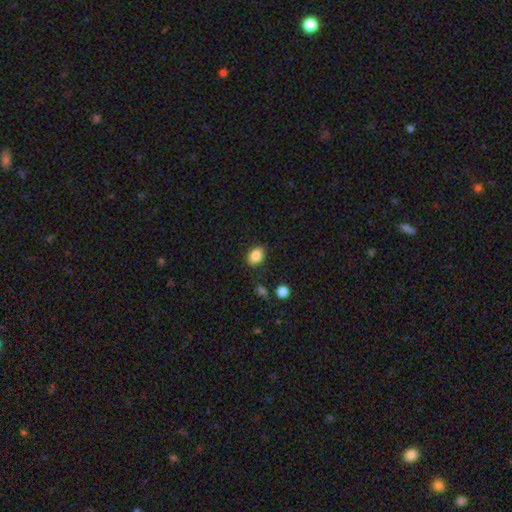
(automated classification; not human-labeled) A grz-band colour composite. It shows a smooth galaxy with no disk features (85%) that is in between round and cigar-shaped (78%). Merging: none (81%).